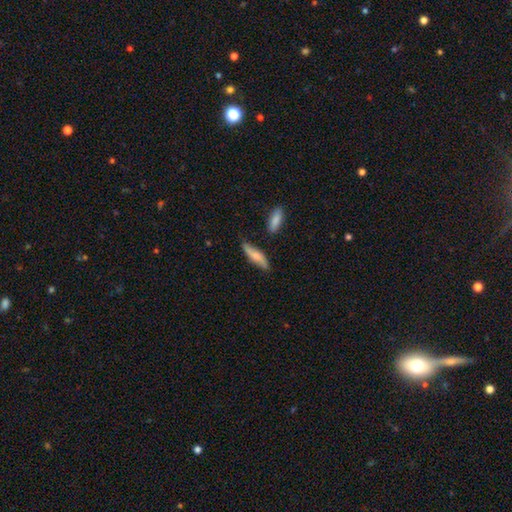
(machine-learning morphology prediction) Smooth or featured?
  - smooth: 61% *
  - featured or disk: 33%
  - star or artifact: 6%
How rounded?
  - cigar-shaped: 61% *
  - in between: 36%
  - round: 3%
Merging?
  - none: 75% *
  - minor disturbance: 18%
  - merger: 4%
  - major disturbance: 3%